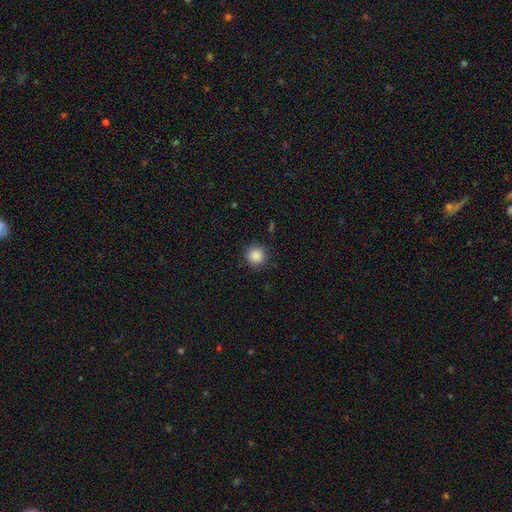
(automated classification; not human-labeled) smooth_or_featured: smooth (p=0.87) [alt: star or artifact p=0.10]
how_rounded: round (p=0.94) [alt: in between p=0.05]
merging: none (p=0.88) [alt: minor disturbance p=0.09]